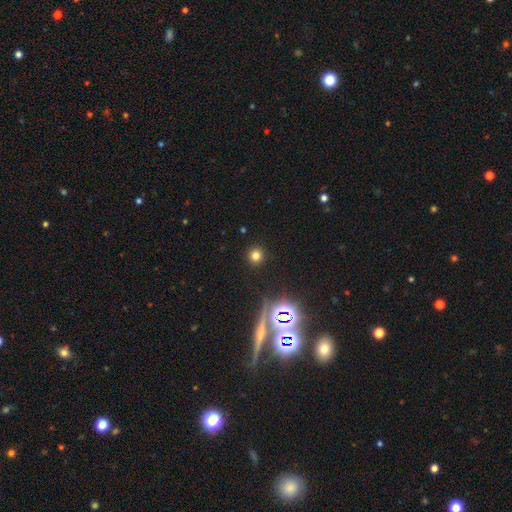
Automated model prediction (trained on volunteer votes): Smooth or featured? smooth (73%)
How rounded? round (94%)
Merging? none (91%)